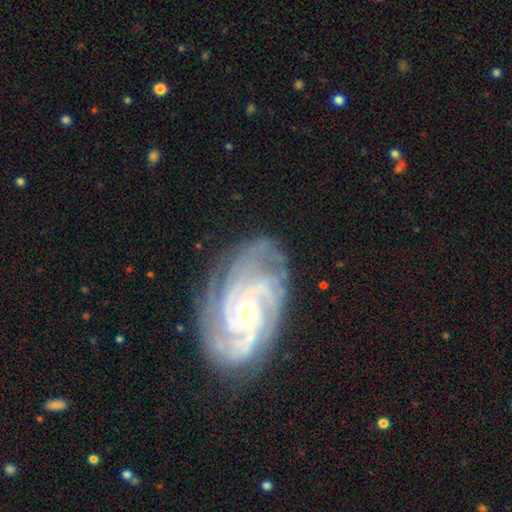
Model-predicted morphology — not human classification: Smooth or featured? Predicted: featured or disk (p=0.91). Edge-on disk? Predicted: no (p=0.97). Bar? Predicted: no (p=0.53). Spiral arms? Predicted: yes (p=0.99). Spiral winding? Predicted: tight (p=0.73). Spiral arm count? Predicted: 4 (p=0.28). Bulge size? Predicted: small (p=0.68). Merging? Predicted: none (p=0.80).